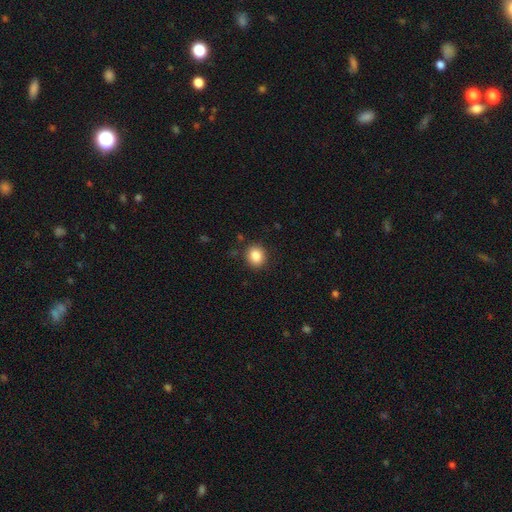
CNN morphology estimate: Smooth or featured?
  - smooth: 85% *
  - star or artifact: 9%
  - featured or disk: 5%
How rounded?
  - round: 78% *
  - in between: 21%
  - cigar-shaped: 1%
Merging?
  - none: 88% *
  - minor disturbance: 8%
  - major disturbance: 2%
  - merger: 1%